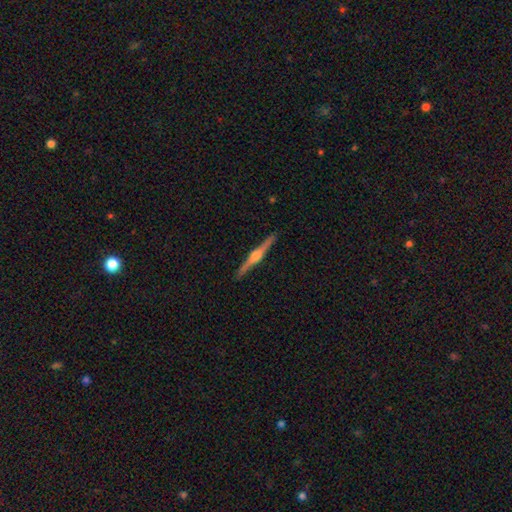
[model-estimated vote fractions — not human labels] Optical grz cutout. It shows a featured or disk galaxy (83%) viewed edge-on (99%) with a rounded central bulge (93%). Merging: none (92%).